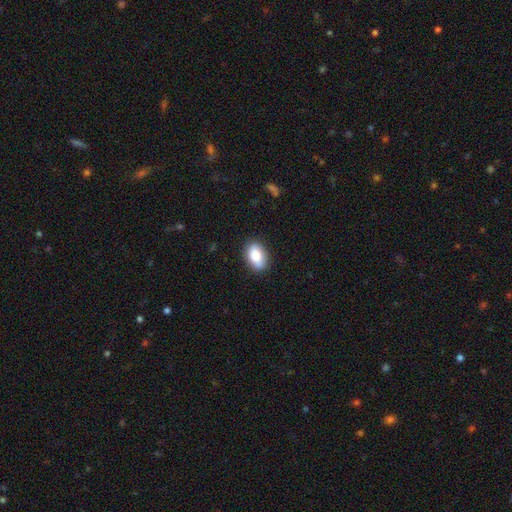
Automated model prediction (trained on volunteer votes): Smooth or featured: smooth — 84% (featured or disk — 9%)
How rounded: in between — 89% (round — 9%)
Merging: none — 85% (minor disturbance — 12%)